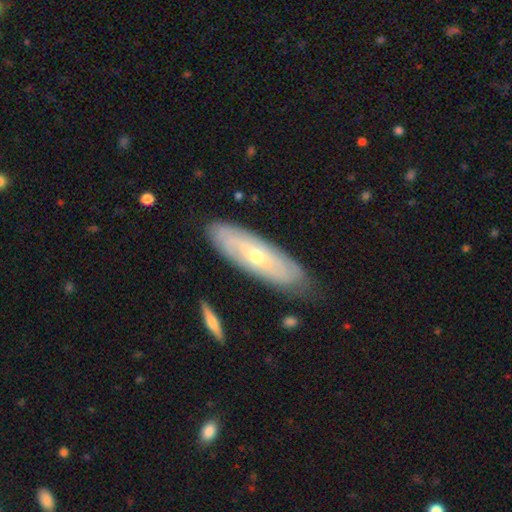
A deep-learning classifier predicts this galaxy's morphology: Smooth or featured? Predicted: featured or disk (p=0.65). Edge-on disk? Predicted: no (p=0.73). Merging? Predicted: none (p=0.79).